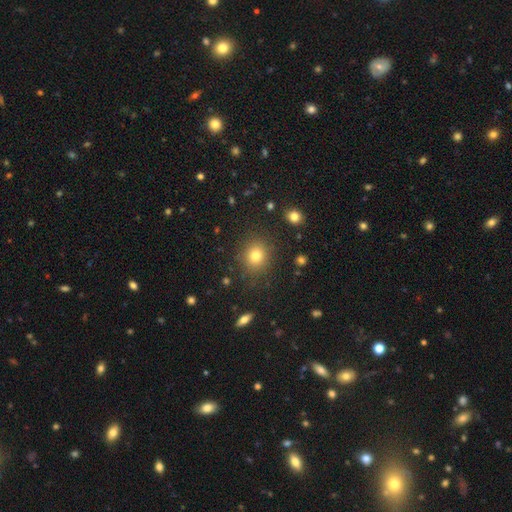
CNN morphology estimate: A smooth galaxy with no disk features (78%) that is round (81%). Merging: none (86%).